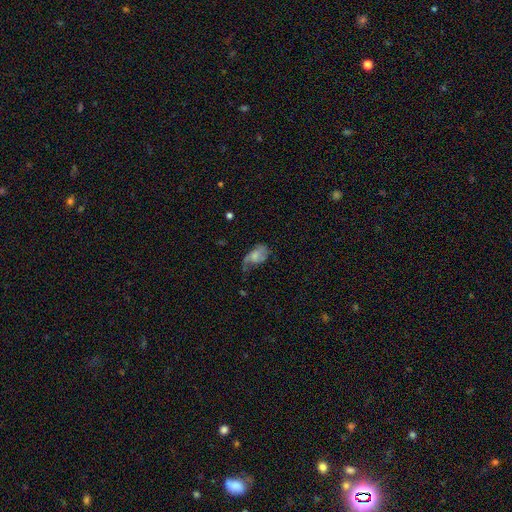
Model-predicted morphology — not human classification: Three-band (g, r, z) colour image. It shows a smooth galaxy with no disk features (48%). Merging: none (34%).